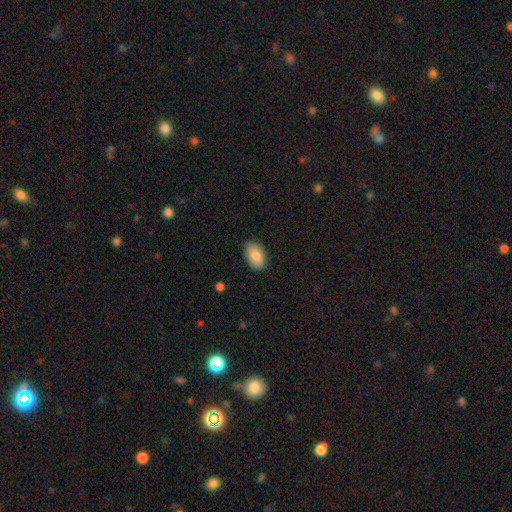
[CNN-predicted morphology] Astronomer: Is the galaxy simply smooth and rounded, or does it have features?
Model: smooth — 86%.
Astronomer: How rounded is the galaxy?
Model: in between — 92%.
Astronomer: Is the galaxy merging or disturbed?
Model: none — 81%.